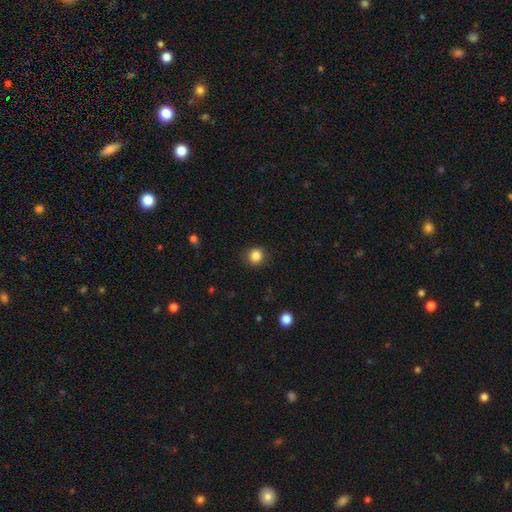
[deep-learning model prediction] A smooth galaxy with no disk features (85%) that is round (87%).

Vote fractions:
- Smooth or featured? smooth: 85% / star or artifact: 11% / featured or disk: 4%
- How rounded? round: 87% / in between: 12% / cigar-shaped: 1%
- Merging? none: 87% / minor disturbance: 9% / major disturbance: 3% / merger: 1%